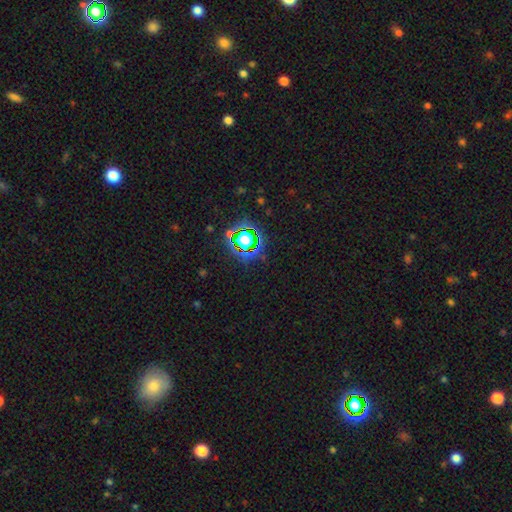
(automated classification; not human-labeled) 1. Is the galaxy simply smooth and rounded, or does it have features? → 72% star or artifact, 18% smooth, 9% featured or disk.